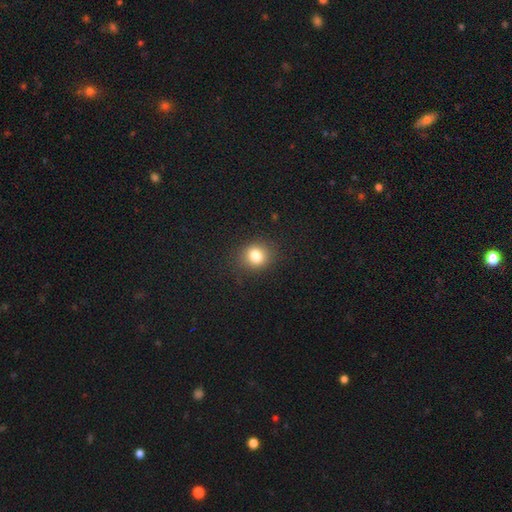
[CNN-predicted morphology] smooth 81%, star or artifact 12%, featured or disk 7%. Down the decision tree: how rounded — round (74%); merging — none (87%).